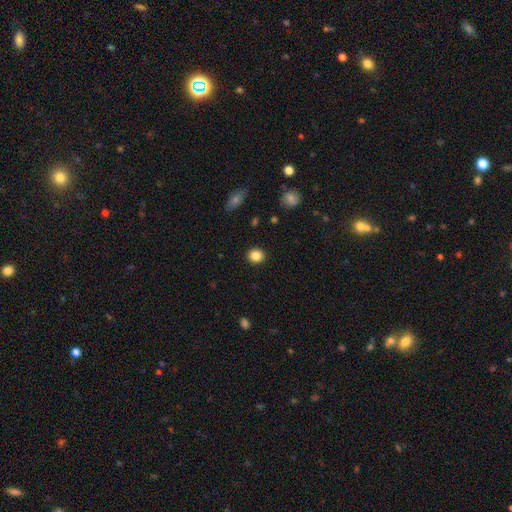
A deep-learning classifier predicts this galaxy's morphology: type=smooth (85%); roundness=round (84%); merging=none (91%).